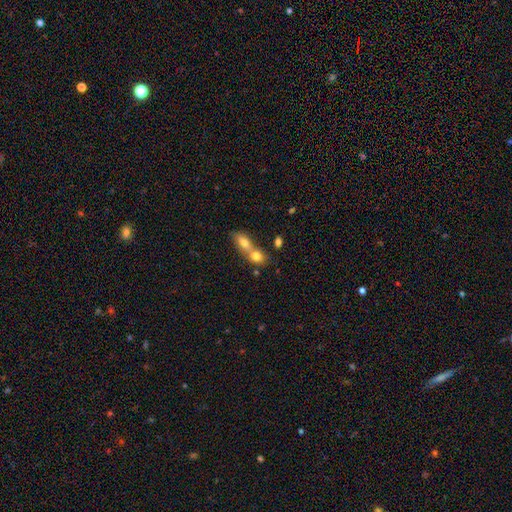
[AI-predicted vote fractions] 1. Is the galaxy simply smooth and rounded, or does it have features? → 76% smooth, 15% featured or disk, 9% star or artifact.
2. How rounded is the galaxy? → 58% in between, 35% round, 7% cigar-shaped.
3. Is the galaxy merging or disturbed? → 69% merger, 22% none, 6% minor disturbance, 3% major disturbance.